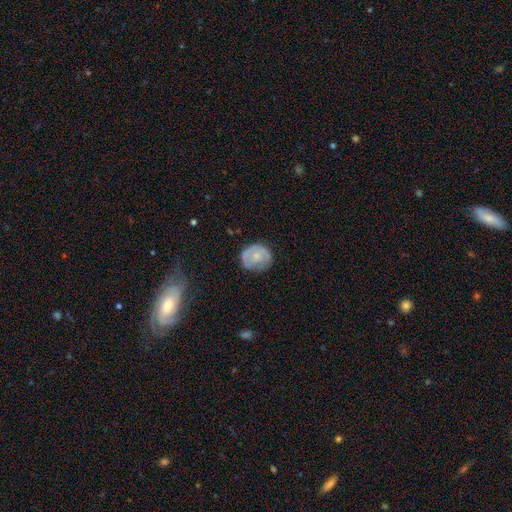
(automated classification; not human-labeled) Morphology: type=smooth (48%); merging=none (68%).